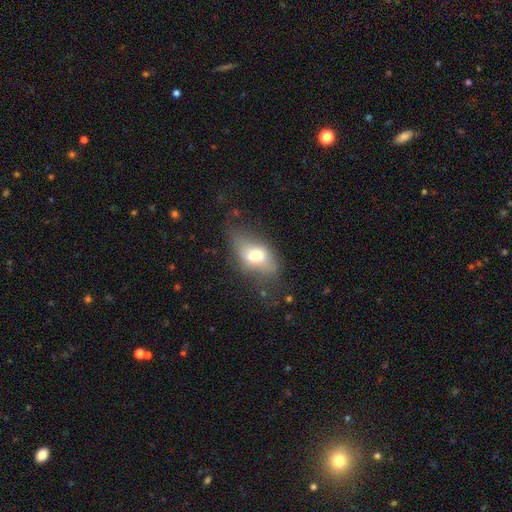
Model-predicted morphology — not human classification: smooth_or_featured: smooth (p=0.61) [alt: featured or disk p=0.30]
how_rounded: in between (p=0.85) [alt: round p=0.10]
merging: none (p=0.47) [alt: minor disturbance p=0.29]